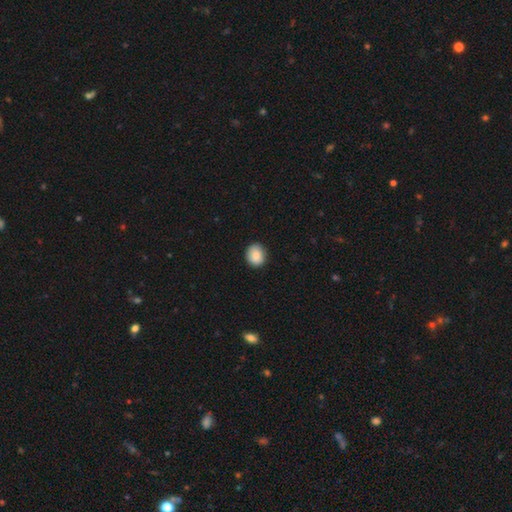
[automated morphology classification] This appears to be a smooth galaxy with no disk features (88%) that is round (72%). Merging: none (87%).